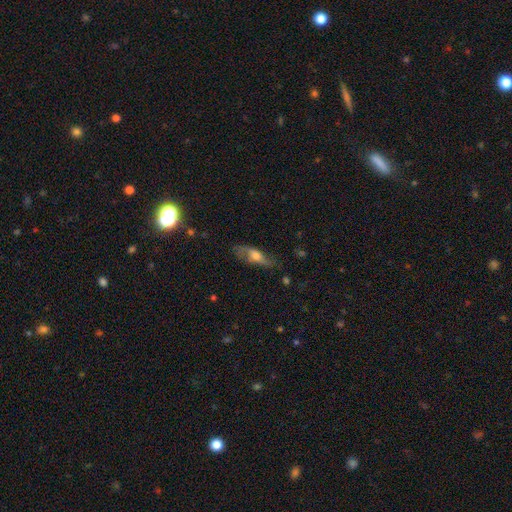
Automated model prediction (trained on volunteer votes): This appears to be a featured or disk galaxy (49%). Merging: none (66%).